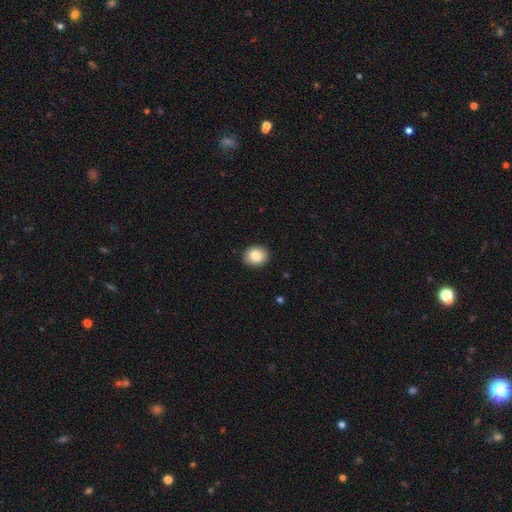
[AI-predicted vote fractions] This appears to be a smooth galaxy with no disk features (84%) that is round (66%). Merging: none (91%).